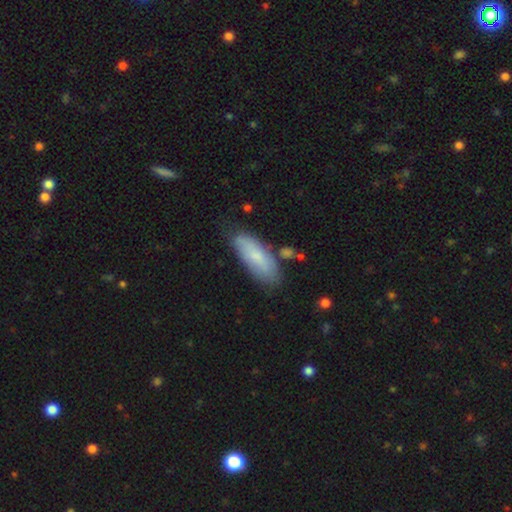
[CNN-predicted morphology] A smooth galaxy with no disk features (76%) that is in between round and cigar-shaped (70%).

Vote fractions:
- Smooth or featured? smooth: 76% / featured or disk: 18% / star or artifact: 6%
- How rounded? in between: 70% / cigar-shaped: 28% / round: 2%
- Merging? none: 69% / minor disturbance: 22% / merger: 5% / major disturbance: 5%